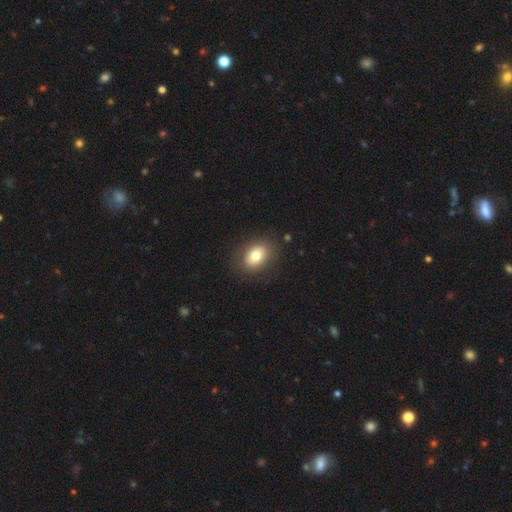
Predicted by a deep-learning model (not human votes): Smooth or featured? Predicted: smooth (p=0.76). How rounded? Predicted: in between (p=0.69). Merging? Predicted: none (p=0.85).